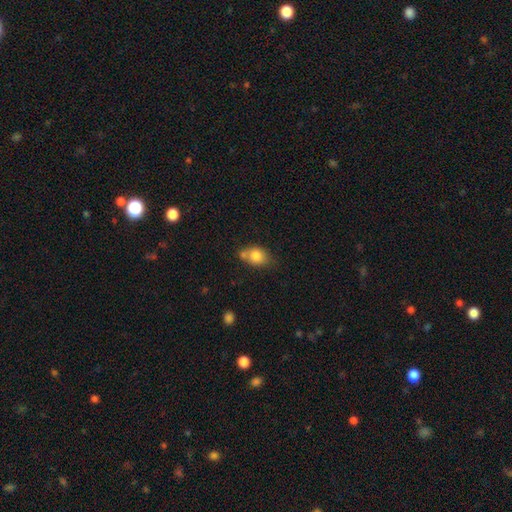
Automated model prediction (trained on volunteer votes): A smooth galaxy with no disk features (81%) that is in between round and cigar-shaped (62%). Merging: none (47%).